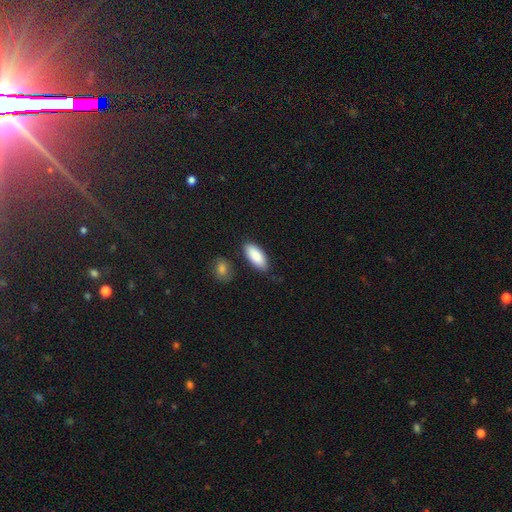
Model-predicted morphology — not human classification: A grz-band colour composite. It shows a smooth galaxy with no disk features (89%) that is in between round and cigar-shaped (86%). Merging: none (78%).